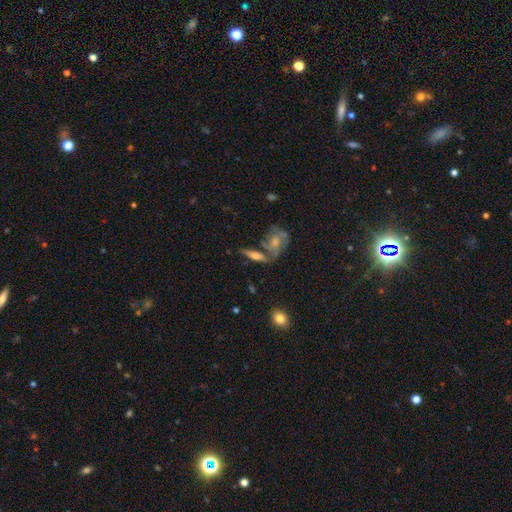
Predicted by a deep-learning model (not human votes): A smooth galaxy with no disk features (47%). Merging: none (58%).